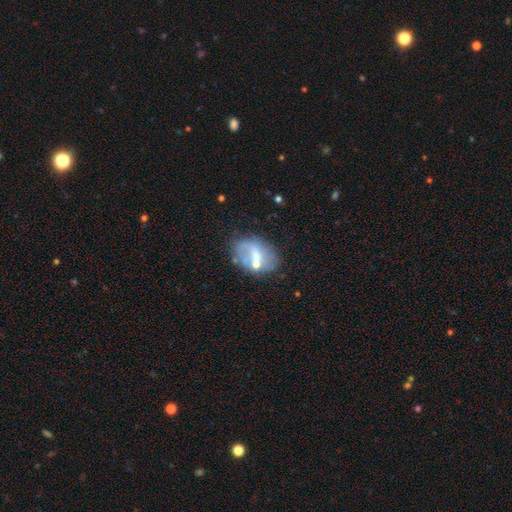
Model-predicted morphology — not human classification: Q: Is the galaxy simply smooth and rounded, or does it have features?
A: featured or disk — 51%.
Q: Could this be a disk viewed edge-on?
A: no — 95%.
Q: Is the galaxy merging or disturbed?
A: none — 48%.